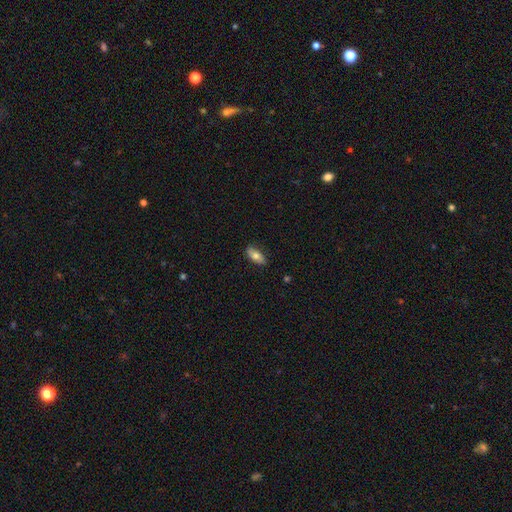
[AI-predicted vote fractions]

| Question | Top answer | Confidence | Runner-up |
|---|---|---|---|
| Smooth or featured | smooth | 73% | featured or disk (20%) |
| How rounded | in between | 84% | cigar-shaped (13%) |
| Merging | none | 81% | minor disturbance (16%) |